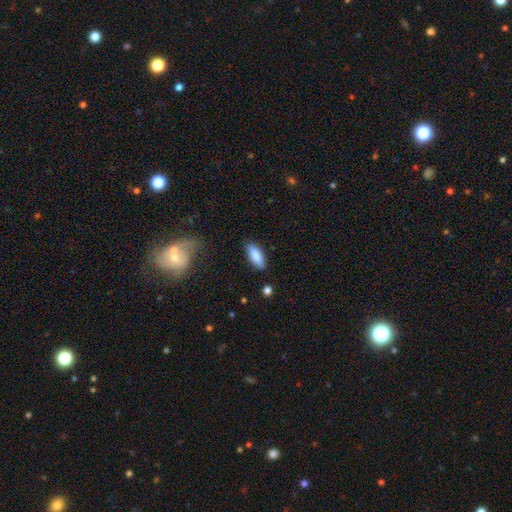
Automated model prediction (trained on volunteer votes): smooth 87%, featured or disk 7%, star or artifact 6%. Down the decision tree: how rounded — in between (76%); merging — none (83%).